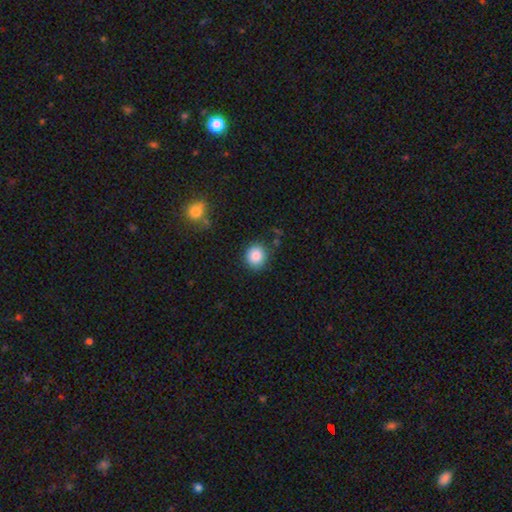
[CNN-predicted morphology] This is clearly a smooth galaxy (86%). How rounded: clearly round (86%). Merging: clearly none (85%).